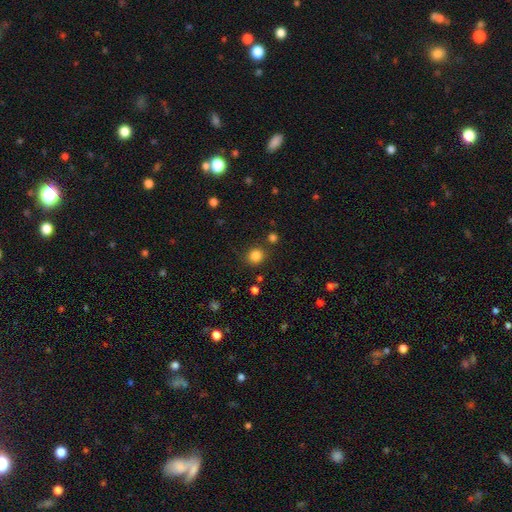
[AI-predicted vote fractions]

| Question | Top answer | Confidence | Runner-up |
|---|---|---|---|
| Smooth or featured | smooth | 83% | star or artifact (13%) |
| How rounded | round | 88% | in between (11%) |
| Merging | none | 84% | minor disturbance (8%) |